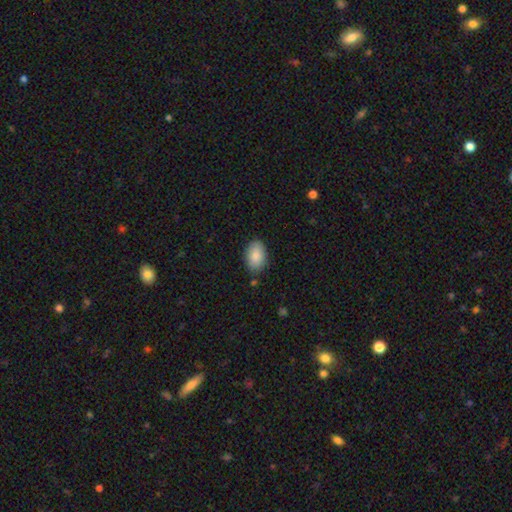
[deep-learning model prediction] A smooth galaxy with no disk features (88%) that is in between round and cigar-shaped (91%). Merging: none (84%).